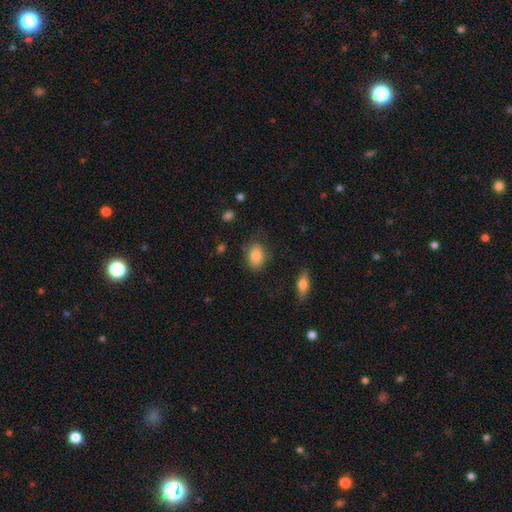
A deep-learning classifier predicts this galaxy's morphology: A smooth galaxy with no disk features (85%) that is in between round and cigar-shaped (82%).

Vote fractions:
- Smooth or featured? smooth: 85% / star or artifact: 7% / featured or disk: 7%
- How rounded? in between: 82% / round: 16% / cigar-shaped: 1%
- Merging? none: 71% / minor disturbance: 21% / major disturbance: 6% / merger: 2%